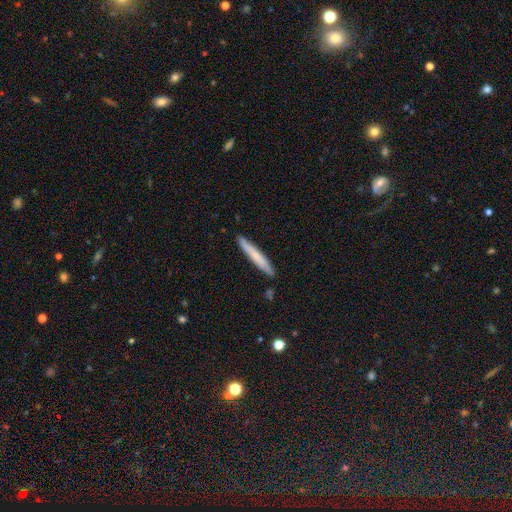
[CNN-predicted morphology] Smooth or featured?
  - smooth: 64% *
  - featured or disk: 31%
  - star or artifact: 5%
How rounded?
  - cigar-shaped: 95% *
  - in between: 4%
  - round: 1%
Merging?
  - none: 87% *
  - minor disturbance: 9%
  - merger: 2%
  - major disturbance: 2%